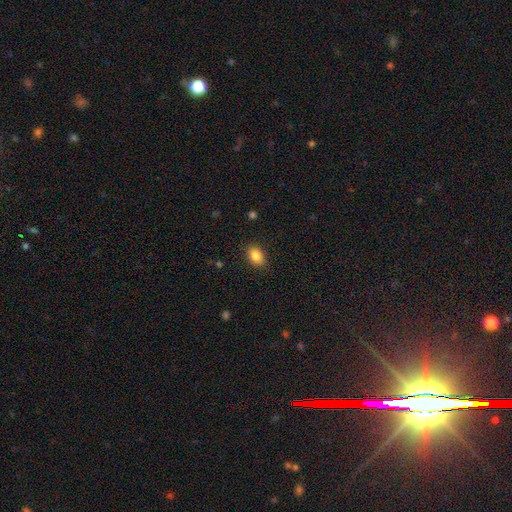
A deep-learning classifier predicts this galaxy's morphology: smooth_or_featured: smooth (p=0.86) [alt: star or artifact p=0.09]
how_rounded: in between (p=0.78) [alt: round p=0.20]
merging: none (p=0.86) [alt: minor disturbance p=0.10]